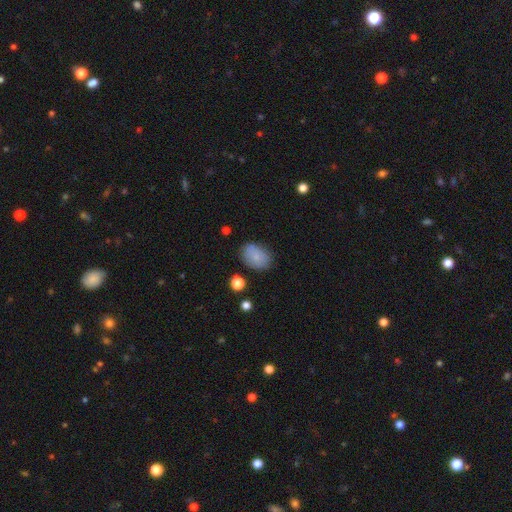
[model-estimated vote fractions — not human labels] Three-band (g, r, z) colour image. It shows a smooth galaxy with no disk features (84%) that is in between round and cigar-shaped (84%). Merging: none (76%).